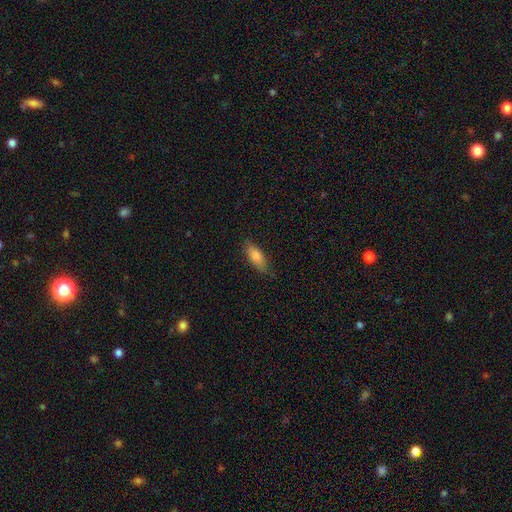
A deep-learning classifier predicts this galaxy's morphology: A smooth galaxy with no disk features (78%) that is in between round and cigar-shaped (69%). Merging: none (79%).